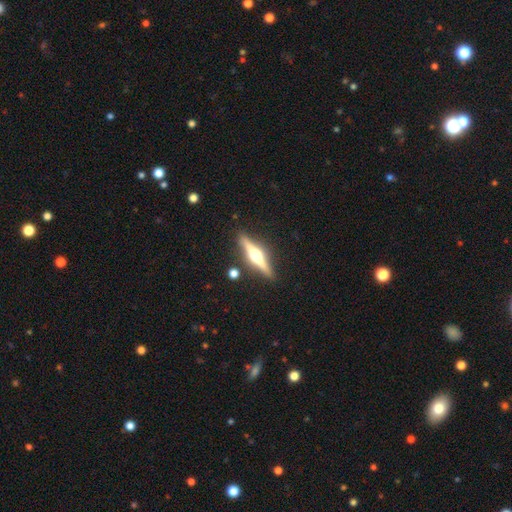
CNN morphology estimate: smooth_or_featured: featured or disk (p=0.75) [alt: smooth p=0.20]
disk_edge_on: yes (p=0.98) [alt: no p=0.02]
edge_on_bulge: rounded (p=0.93) [alt: boxy p=0.04]
merging: none (p=0.88) [alt: minor disturbance p=0.08]